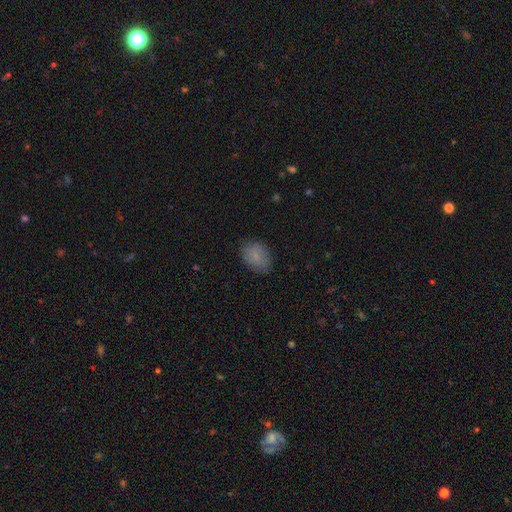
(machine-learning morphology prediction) This is clearly a smooth galaxy (80%). How rounded: likely in between (75%). Merging: likely none (80%).